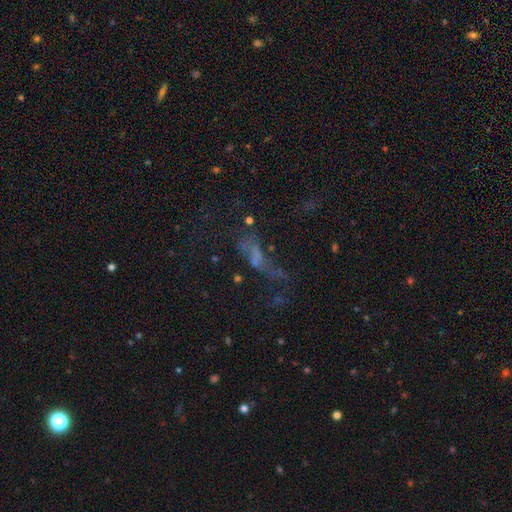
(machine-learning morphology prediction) The model was most divided on "smooth or featured": featured or disk: 38%, smooth: 32%, star or artifact: 30%. Remaining: merging — major disturbance (40%).